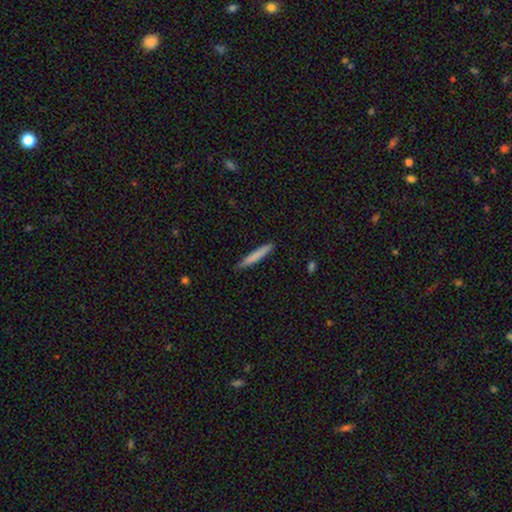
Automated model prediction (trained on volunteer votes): Morphology: type=smooth (78%); roundness=cigar-shaped (95%); merging=none (88%).